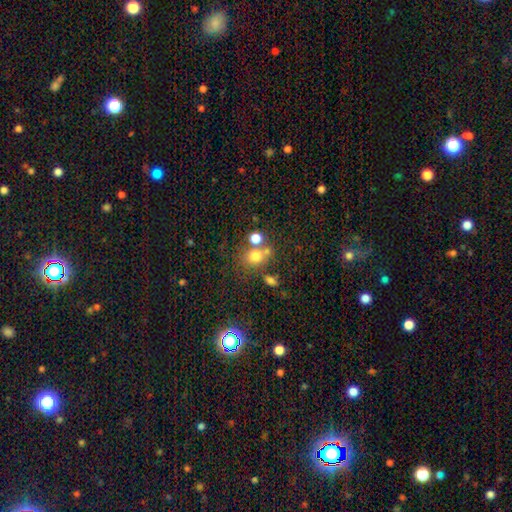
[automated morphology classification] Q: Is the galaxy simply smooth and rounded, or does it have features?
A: smooth — 70%.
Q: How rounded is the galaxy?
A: round — 70%.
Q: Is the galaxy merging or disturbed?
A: none — 51%.